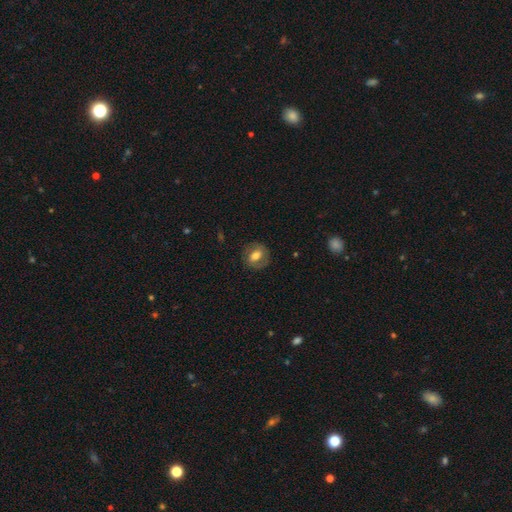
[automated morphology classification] Overall: smooth (52%; featured or disk 40%). How rounded: round (53%; in between 45%). Merging: none (78%).